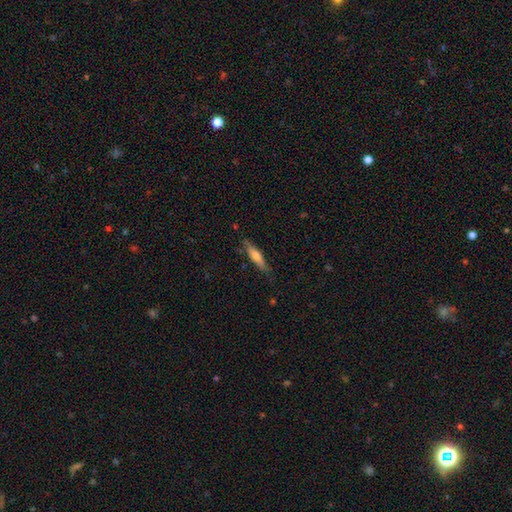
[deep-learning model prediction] A smooth galaxy with no disk features (55%) that is cigar-shaped (80%). Merging: none (79%).